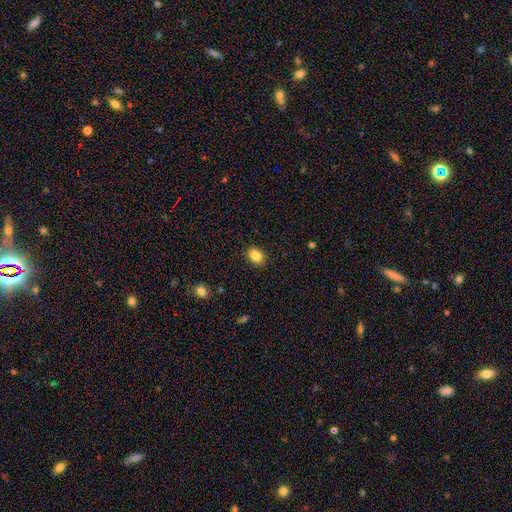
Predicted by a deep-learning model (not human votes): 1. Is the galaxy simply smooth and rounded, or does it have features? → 85% smooth, 9% star or artifact, 5% featured or disk.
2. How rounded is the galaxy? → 65% in between, 34% round, 1% cigar-shaped.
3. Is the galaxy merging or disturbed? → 90% none, 7% minor disturbance, 2% major disturbance, 1% merger.